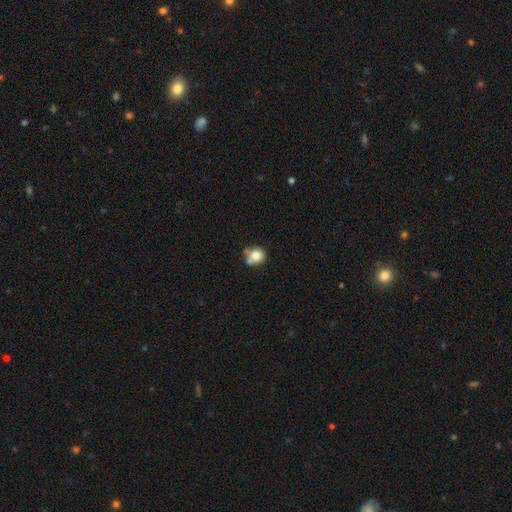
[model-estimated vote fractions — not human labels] This appears to be a smooth galaxy with no disk features (77%) that is round (82%). Merging: none (52%).